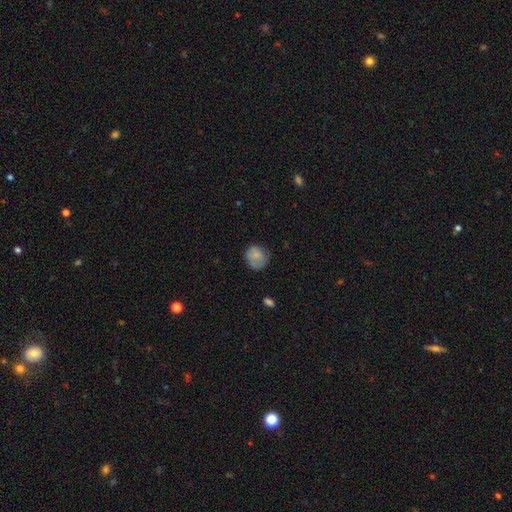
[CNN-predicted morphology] smooth 79%, featured or disk 13%, star or artifact 8%. Down the decision tree: how rounded — round (78%); merging — none (63%).